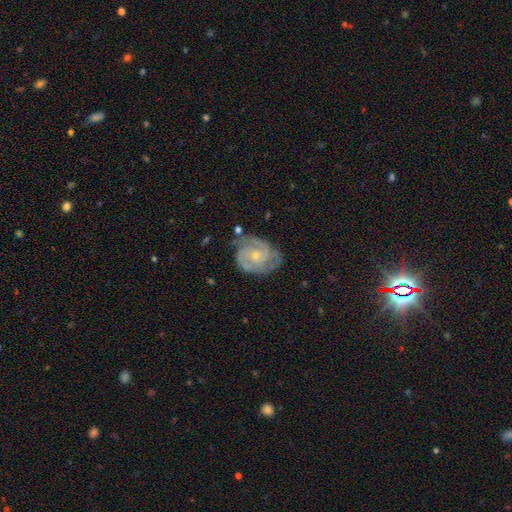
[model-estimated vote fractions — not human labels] Smooth or featured: featured or disk — 86% (smooth — 9%)
Edge-on disk: no — 98% (yes — 2%)
Bar: no — 69% (weak — 26%)
Spiral arms: yes — 97% (no — 3%)
Spiral winding: tight — 54% (medium — 38%)
Spiral arm count: 2 — 47% (3 — 29%)
Bulge size: small — 66% (moderate — 31%)
Merging: none — 68% (minor disturbance — 23%)